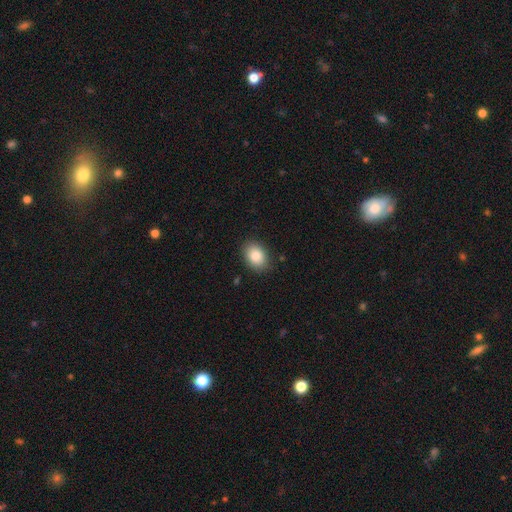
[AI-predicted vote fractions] This is clearly a smooth galaxy (84%). How rounded: likely in between (75%). Merging: clearly none (86%).